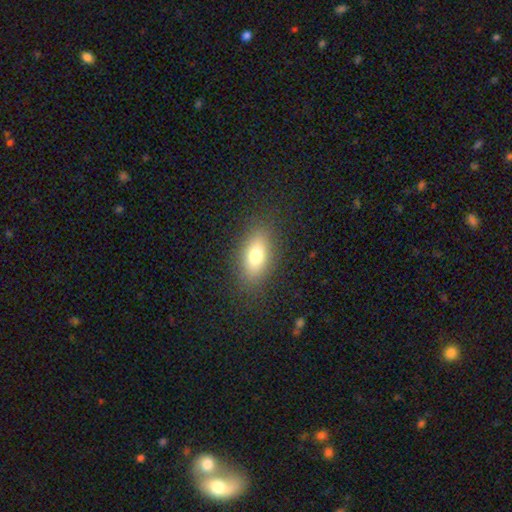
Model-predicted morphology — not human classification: Smooth or featured?
  - smooth: 75% *
  - featured or disk: 15%
  - star or artifact: 10%
How rounded?
  - in between: 83% *
  - round: 9%
  - cigar-shaped: 8%
Merging?
  - none: 85% *
  - minor disturbance: 10%
  - major disturbance: 4%
  - merger: 1%